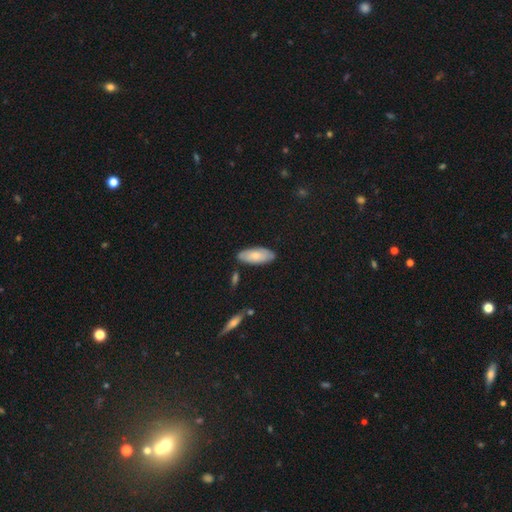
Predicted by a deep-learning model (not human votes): smooth 76%, featured or disk 19%, star or artifact 5%. Down the decision tree: how rounded — in between (85%); merging — none (82%).